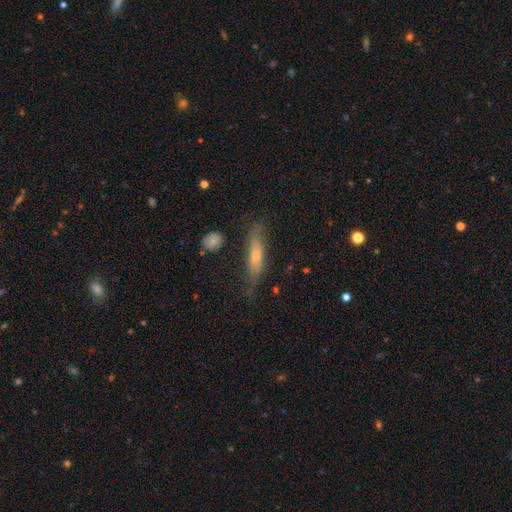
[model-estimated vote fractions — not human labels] Smooth or featured: smooth — 47% (featured or disk — 45%)
Merging: none — 64% (minor disturbance — 24%)